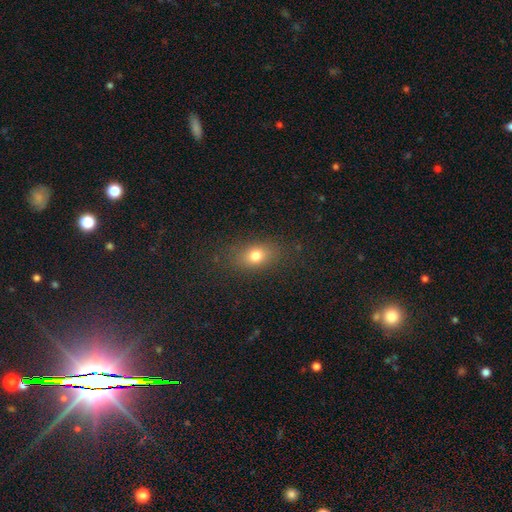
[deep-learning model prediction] Smooth or featured?
  - smooth: 76% *
  - star or artifact: 13%
  - featured or disk: 11%
How rounded?
  - in between: 70% *
  - round: 26%
  - cigar-shaped: 3%
Merging?
  - none: 82% *
  - minor disturbance: 12%
  - major disturbance: 5%
  - merger: 1%